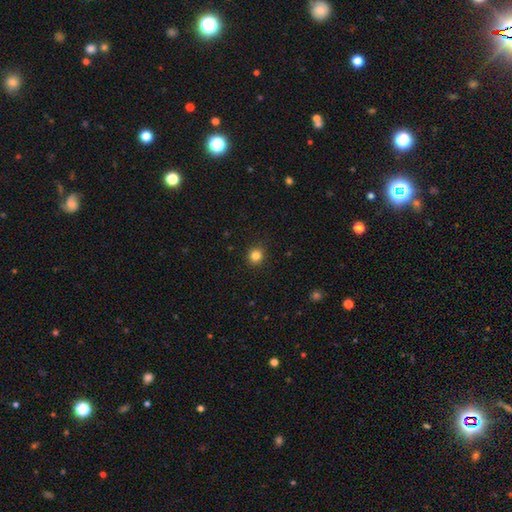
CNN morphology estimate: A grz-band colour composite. It shows a smooth galaxy with no disk features (83%) that is round (92%). Merging: none (92%).